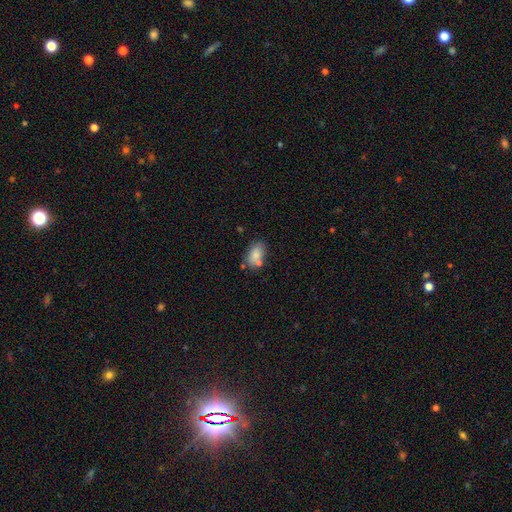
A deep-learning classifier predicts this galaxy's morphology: A smooth galaxy with no disk features (81%) that is in between round and cigar-shaped (89%). Merging: none (59%).